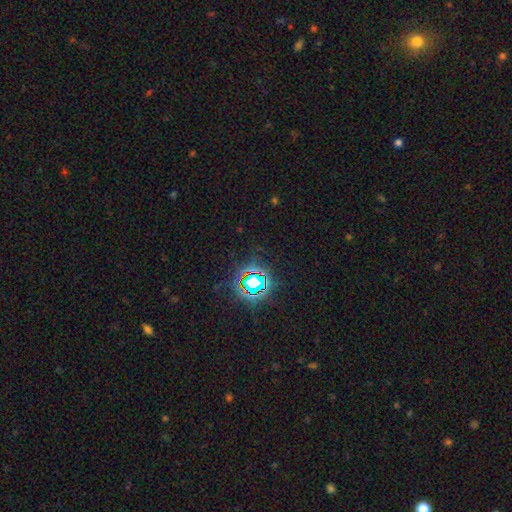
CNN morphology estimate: Smooth or featured?
  - star or artifact: 80% *
  - smooth: 13%
  - featured or disk: 8%